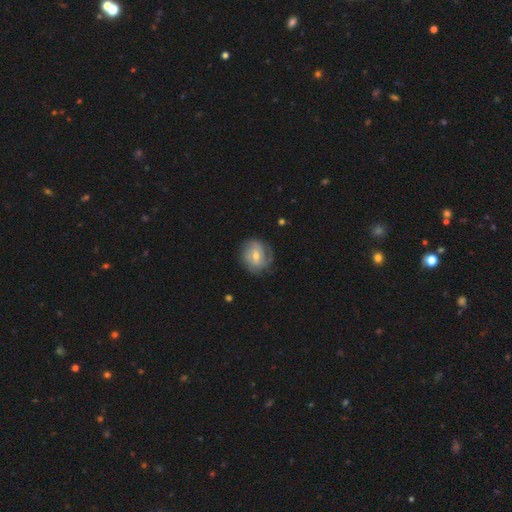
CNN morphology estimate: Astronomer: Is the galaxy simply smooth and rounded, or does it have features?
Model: featured or disk — 64%.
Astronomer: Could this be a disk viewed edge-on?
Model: no — 97%.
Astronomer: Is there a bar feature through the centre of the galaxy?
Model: no — 46% (runner-up: weak, 43%).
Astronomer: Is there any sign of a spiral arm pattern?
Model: yes — 85%.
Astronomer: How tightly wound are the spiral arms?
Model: tight — 57%.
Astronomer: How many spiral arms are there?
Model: can't tell — 40% (runner-up: 2, 28%).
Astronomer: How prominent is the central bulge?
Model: moderate — 53% (runner-up: small, 43%).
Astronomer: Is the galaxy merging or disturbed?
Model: none — 72%.